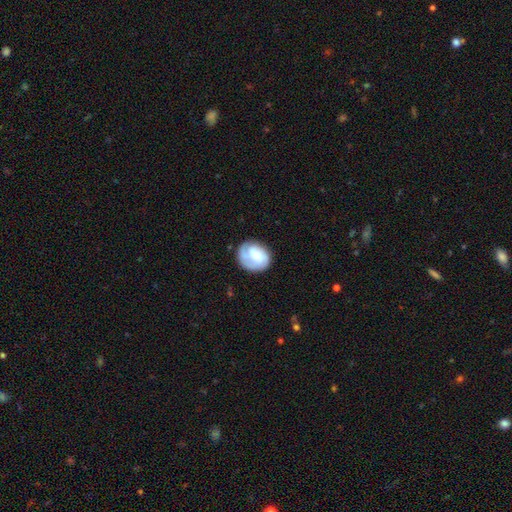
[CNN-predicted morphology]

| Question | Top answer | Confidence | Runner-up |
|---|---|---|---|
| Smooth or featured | featured or disk | 56% | smooth (37%) |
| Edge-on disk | no | 98% | yes (2%) |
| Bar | no | 49% | weak (40%) |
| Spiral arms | yes | 84% | no (16%) |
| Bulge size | moderate | 39% | small (38%) |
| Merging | none | 68% | minor disturbance (21%) |